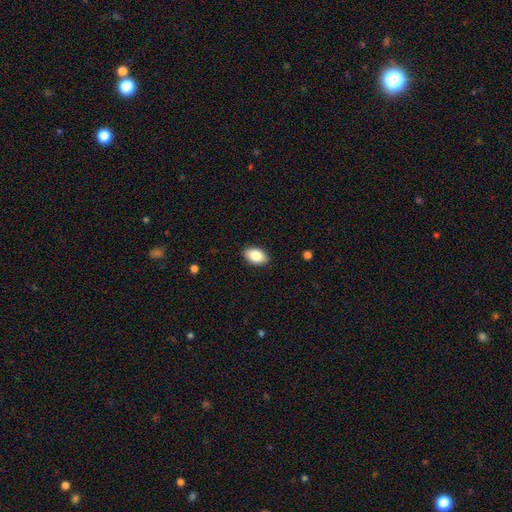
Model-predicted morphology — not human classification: The model was most divided on "smooth or featured": smooth: 84%, featured or disk: 9%, star or artifact: 7%. More confident: how rounded — in between (90%); merging — none (89%).